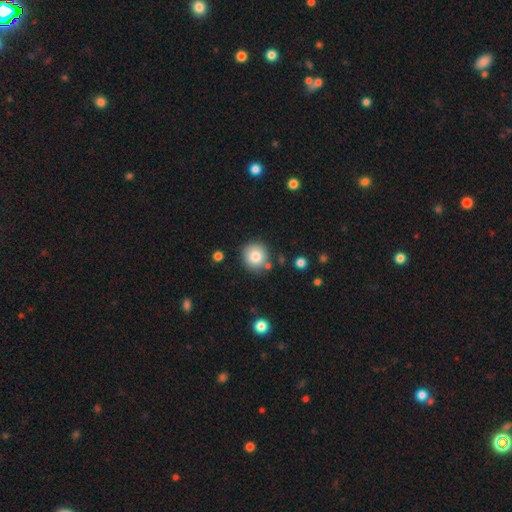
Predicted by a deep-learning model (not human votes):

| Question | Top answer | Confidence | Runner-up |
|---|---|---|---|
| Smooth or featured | smooth | 80% | star or artifact (11%) |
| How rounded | round | 92% | in between (7%) |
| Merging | none | 85% | minor disturbance (9%) |